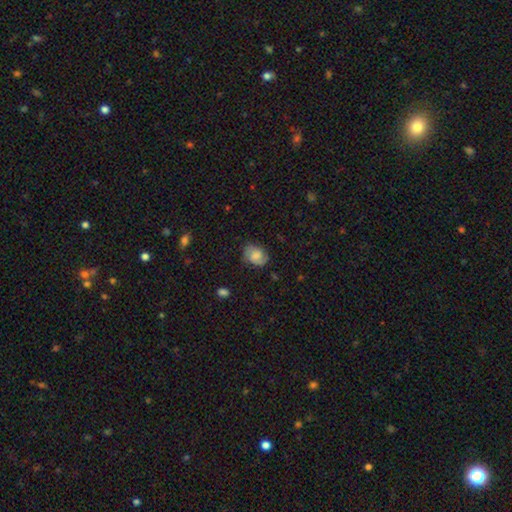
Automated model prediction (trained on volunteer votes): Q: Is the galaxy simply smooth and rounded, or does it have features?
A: smooth — 60%.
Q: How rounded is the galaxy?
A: in between — 68%.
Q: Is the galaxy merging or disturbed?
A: none — 69%.